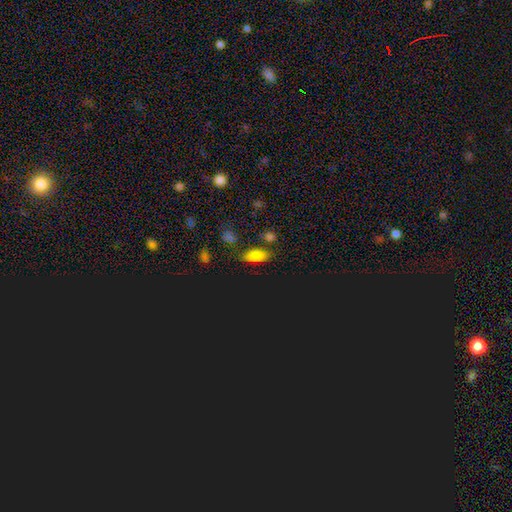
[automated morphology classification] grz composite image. It shows a smooth galaxy with no disk features (68%) that is in between round and cigar-shaped (84%). Merging: none (77%).